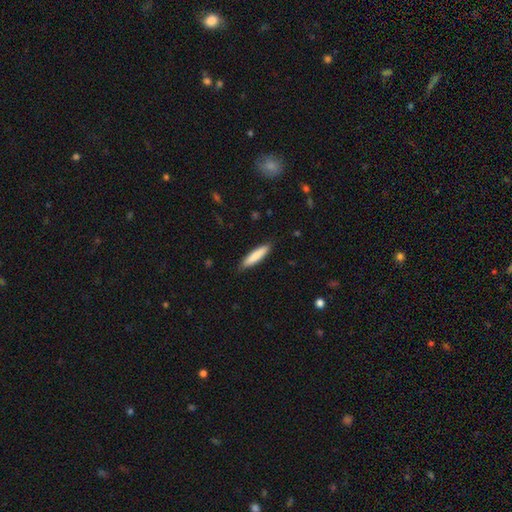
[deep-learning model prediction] This appears to be a smooth galaxy with no disk features (83%) that is cigar-shaped (81%). Merging: none (88%).